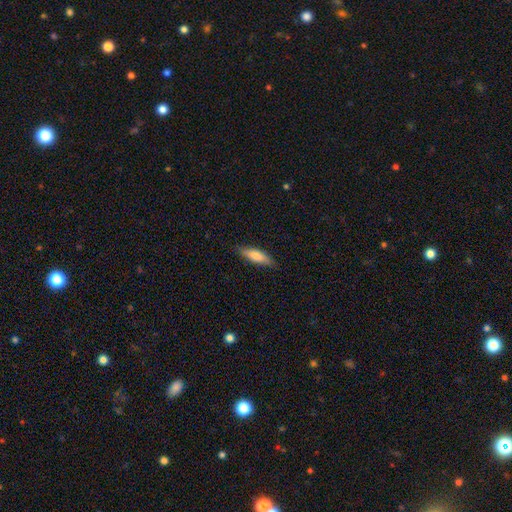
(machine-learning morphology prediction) This appears to be a smooth galaxy with no disk features (74%) that is cigar-shaped (53%). Merging: none (83%).